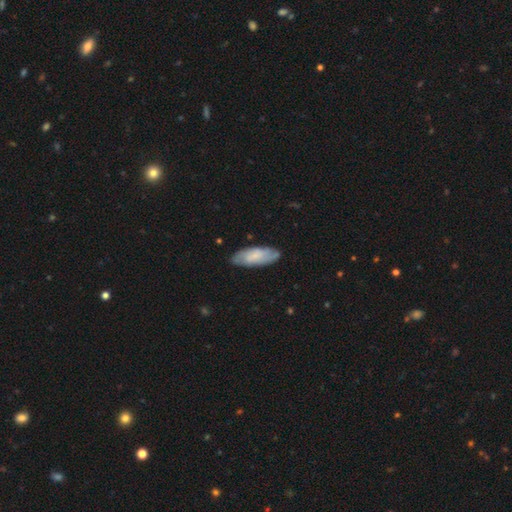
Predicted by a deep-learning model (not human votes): Morphology: type=smooth (55%); roundness=in between (72%); merging=none (81%).